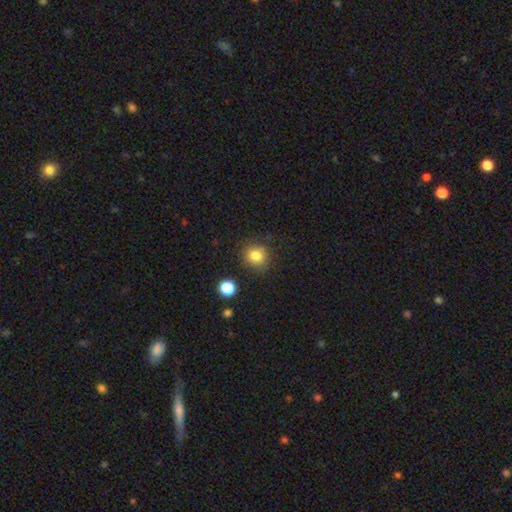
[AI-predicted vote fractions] Q: Smooth or featured?
A: smooth (82%); runner-up: star or artifact (12%)
Q: How rounded?
A: round (84%); runner-up: in between (15%)
Q: Merging?
A: none (83%); runner-up: minor disturbance (11%)